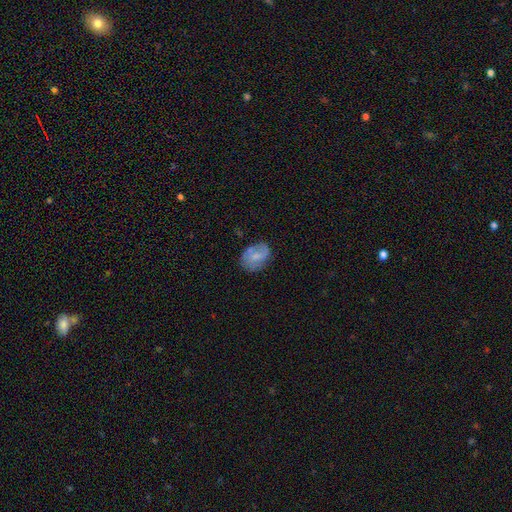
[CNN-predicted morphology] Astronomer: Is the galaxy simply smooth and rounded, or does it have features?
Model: smooth — 52% (runner-up: featured or disk, 40%).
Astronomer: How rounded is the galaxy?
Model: in between — 70%.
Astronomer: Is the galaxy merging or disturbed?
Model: none — 57%.